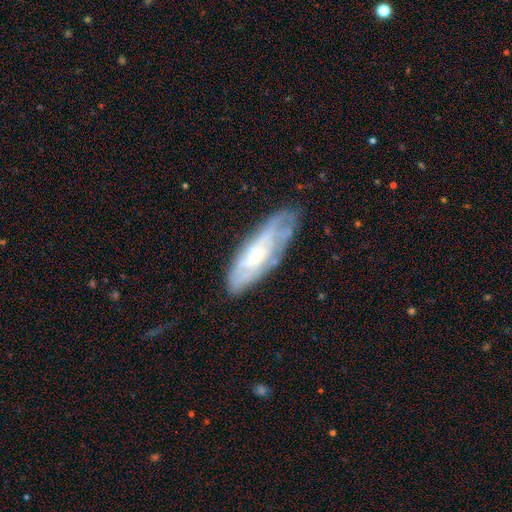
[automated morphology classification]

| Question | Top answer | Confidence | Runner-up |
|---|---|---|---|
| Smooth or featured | featured or disk | 62% | smooth (31%) |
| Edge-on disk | no | 77% | yes (23%) |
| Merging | none | 67% | minor disturbance (23%) |